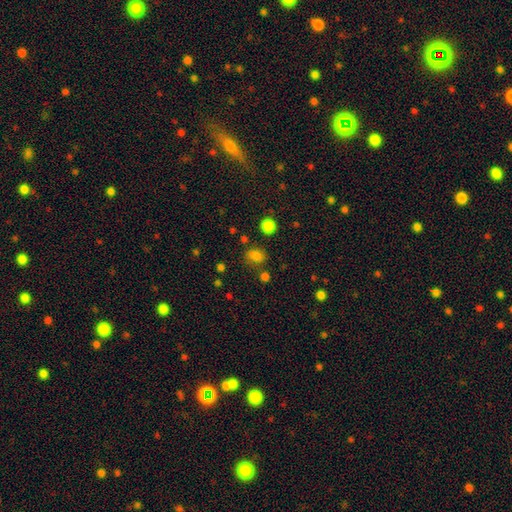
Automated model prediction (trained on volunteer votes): A smooth galaxy with no disk features (78%) that is round (51%). Merging: none (72%).